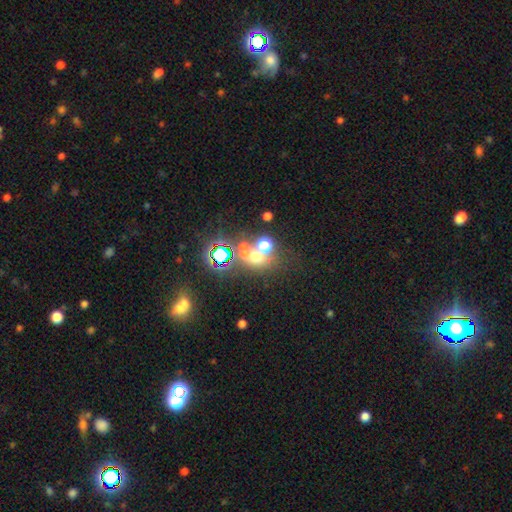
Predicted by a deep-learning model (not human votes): Overall: smooth (42%; star or artifact 41%). Merging: none (50%; merger 35%).